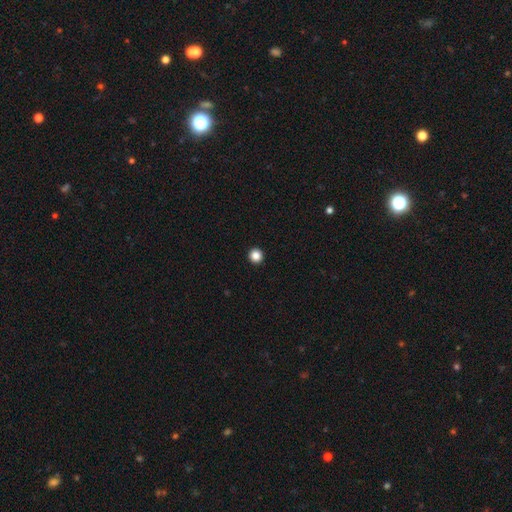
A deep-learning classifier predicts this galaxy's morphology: A smooth galaxy with no disk features (86%) that is round (95%).

Vote fractions:
- Smooth or featured? smooth: 86% / star or artifact: 11% / featured or disk: 3%
- How rounded? round: 95% / in between: 4% / cigar-shaped: 1%
- Merging? none: 94% / minor disturbance: 3% / major disturbance: 1% / merger: 1%